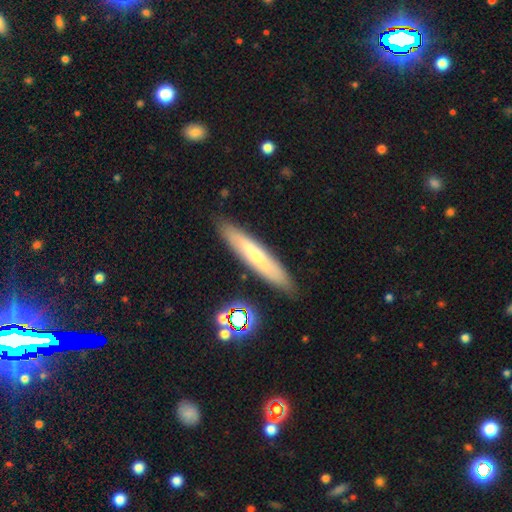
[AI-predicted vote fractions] Smooth or featured?
  - smooth: 51% *
  - featured or disk: 40%
  - star or artifact: 8%
How rounded?
  - cigar-shaped: 87% *
  - in between: 11%
  - round: 1%
Merging?
  - none: 86% *
  - minor disturbance: 10%
  - major disturbance: 2%
  - merger: 2%